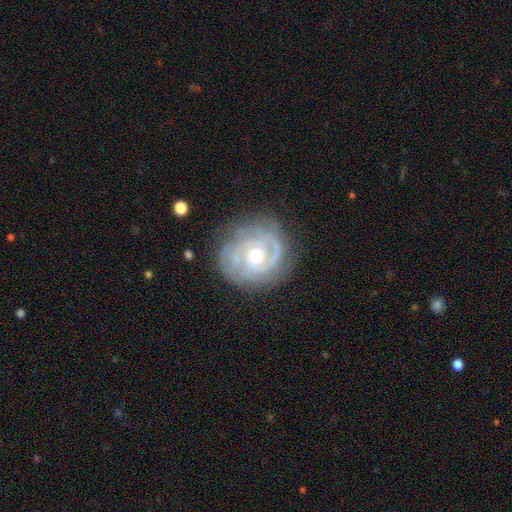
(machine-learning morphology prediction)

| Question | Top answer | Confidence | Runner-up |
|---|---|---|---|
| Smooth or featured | featured or disk | 88% | smooth (7%) |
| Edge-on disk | no | 98% | yes (2%) |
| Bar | no | 69% | weak (25%) |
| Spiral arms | yes | 96% | no (4%) |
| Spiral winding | tight | 74% | medium (22%) |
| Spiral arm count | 2 | 37% | 3 (25%) |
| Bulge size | moderate | 64% | small (28%) |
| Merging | none | 78% | minor disturbance (15%) |